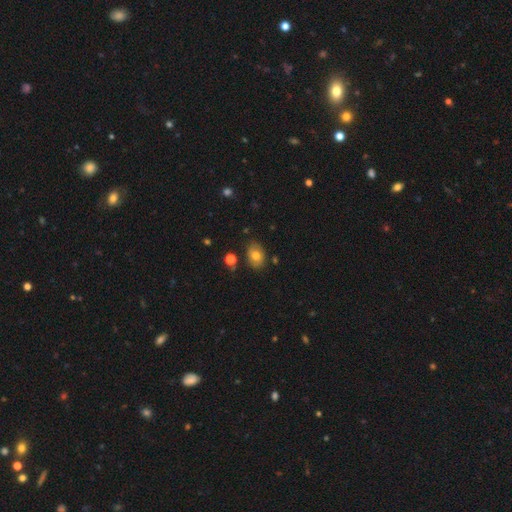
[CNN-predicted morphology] Smooth or featured: smooth — 73% (featured or disk — 17%)
How rounded: in between — 78% (round — 21%)
Merging: none — 81% (minor disturbance — 13%)